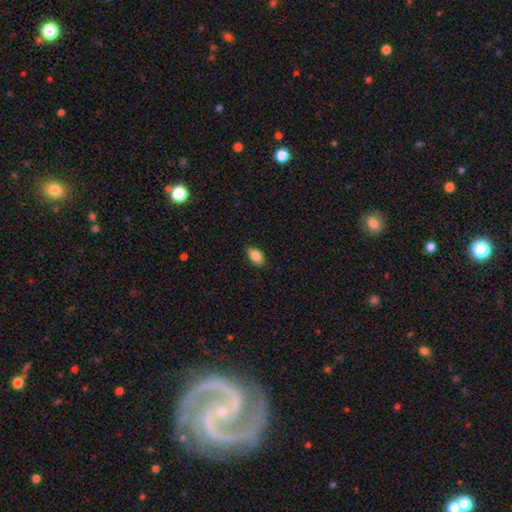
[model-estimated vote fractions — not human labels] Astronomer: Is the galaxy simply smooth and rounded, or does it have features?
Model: smooth — 84%.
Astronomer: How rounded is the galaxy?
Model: in between — 90%.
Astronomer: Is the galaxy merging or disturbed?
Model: none — 85%.